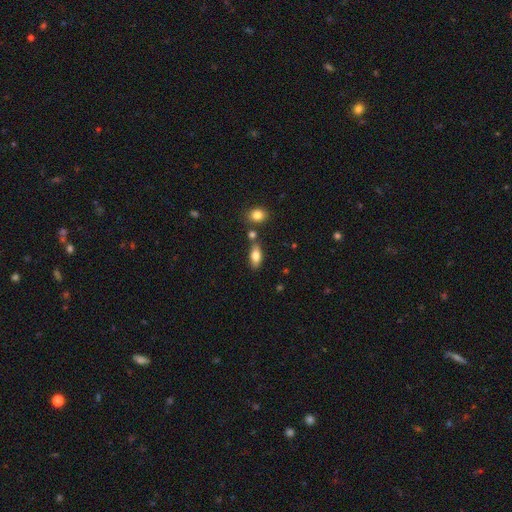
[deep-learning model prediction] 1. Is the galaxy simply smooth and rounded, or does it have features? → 79% smooth, 14% featured or disk, 7% star or artifact.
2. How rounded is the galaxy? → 84% in between, 12% cigar-shaped, 4% round.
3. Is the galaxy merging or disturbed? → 70% none, 14% minor disturbance, 13% merger, 3% major disturbance.